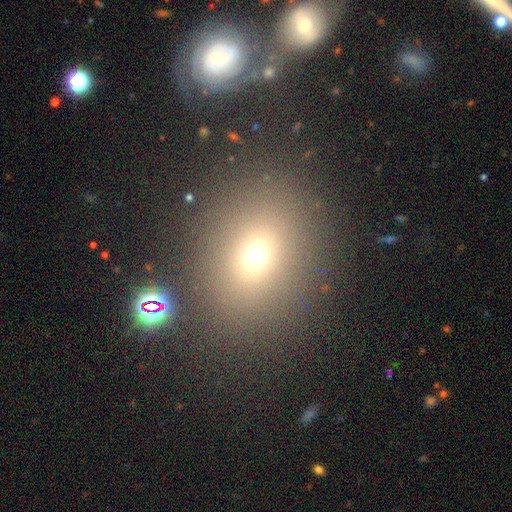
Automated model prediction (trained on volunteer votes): A smooth galaxy with no disk features (66%) that is round (61%). Merging: none (82%).